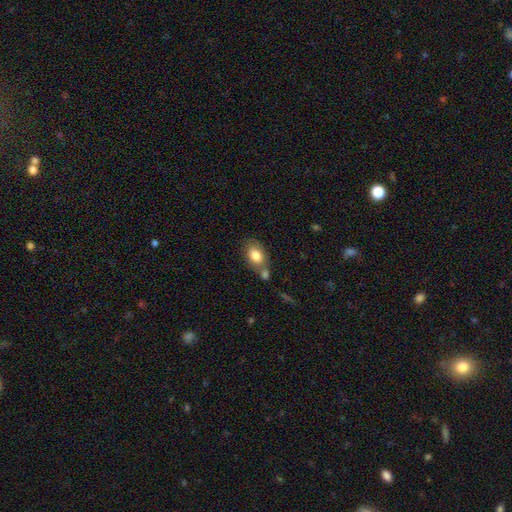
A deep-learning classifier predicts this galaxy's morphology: type=smooth (79%); roundness=in between (83%); merging=none (52%).